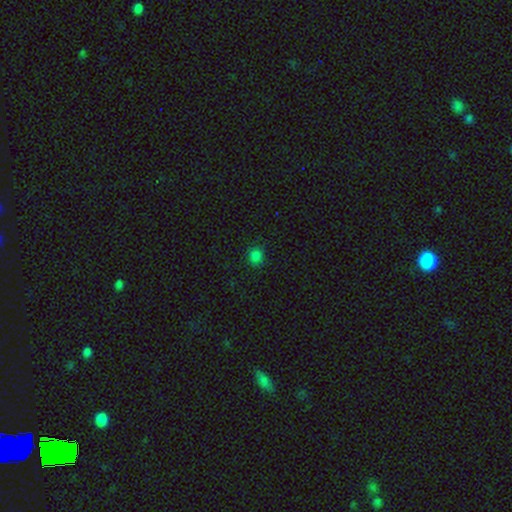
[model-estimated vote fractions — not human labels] A smooth galaxy with no disk features (80%) that is round (74%).

Vote fractions:
- Smooth or featured? smooth: 80% / star or artifact: 17% / featured or disk: 3%
- How rounded? round: 74% / in between: 25% / cigar-shaped: 1%
- Merging? none: 85% / minor disturbance: 11% / major disturbance: 3% / merger: 1%